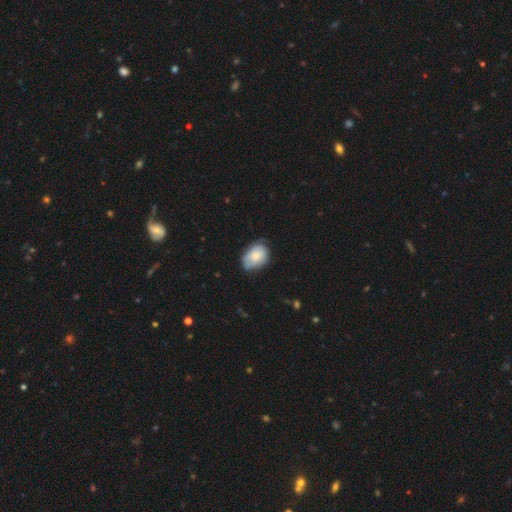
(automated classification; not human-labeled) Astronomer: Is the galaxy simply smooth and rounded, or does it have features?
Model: smooth — 60%.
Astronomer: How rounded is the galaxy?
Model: in between — 79%.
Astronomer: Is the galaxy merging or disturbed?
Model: none — 58%.